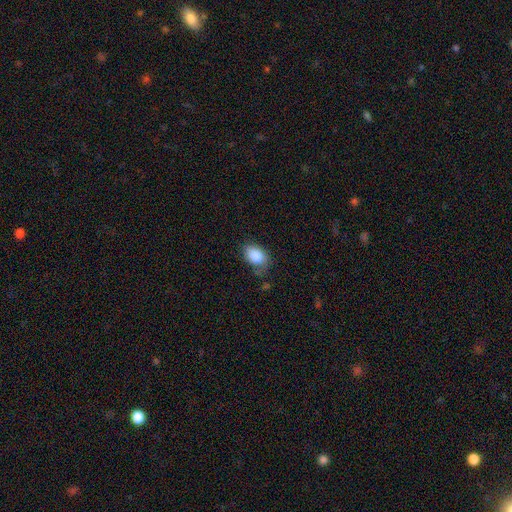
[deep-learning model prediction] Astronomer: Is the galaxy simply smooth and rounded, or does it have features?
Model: smooth — 87%.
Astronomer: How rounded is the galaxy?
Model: in between — 83%.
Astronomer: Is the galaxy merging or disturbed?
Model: none — 62%.